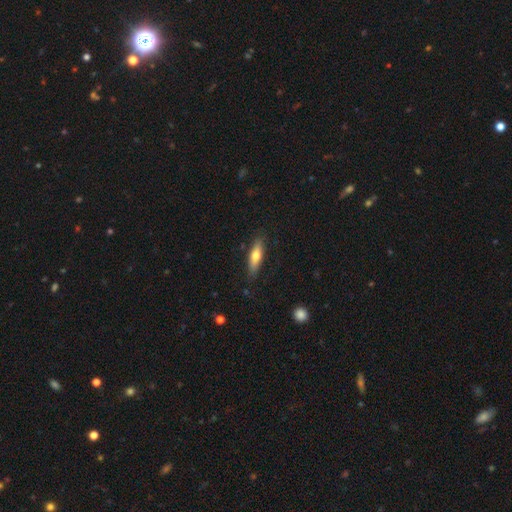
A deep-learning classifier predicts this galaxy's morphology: Overall: smooth (65%; featured or disk 29%). How rounded: cigar-shaped (61%; in between 37%). Merging: none (85%).